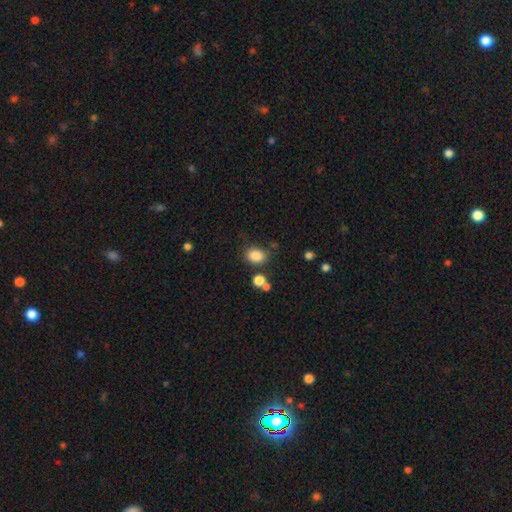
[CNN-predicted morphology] The model was most divided on "how rounded": in between: 66%, round: 33%, cigar-shaped: 1%. More confident: smooth or featured — smooth (85%); merging — none (74%).